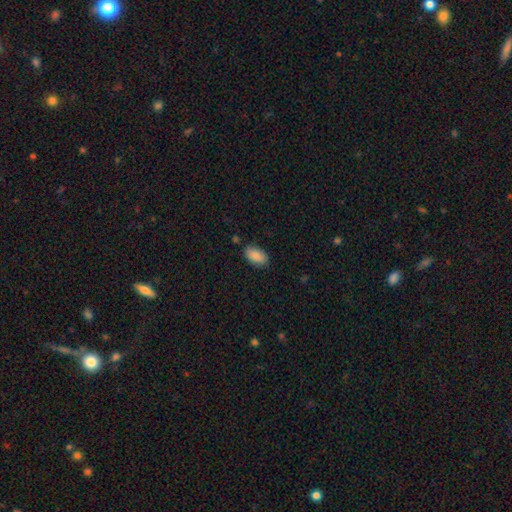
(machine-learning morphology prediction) This is clearly a smooth galaxy (89%). How rounded: clearly in between (94%). Merging: clearly none (84%).